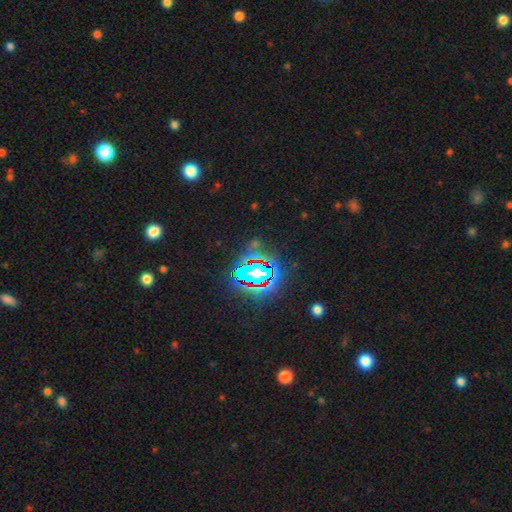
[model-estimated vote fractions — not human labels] A star or artifact, not a galaxy (83%).